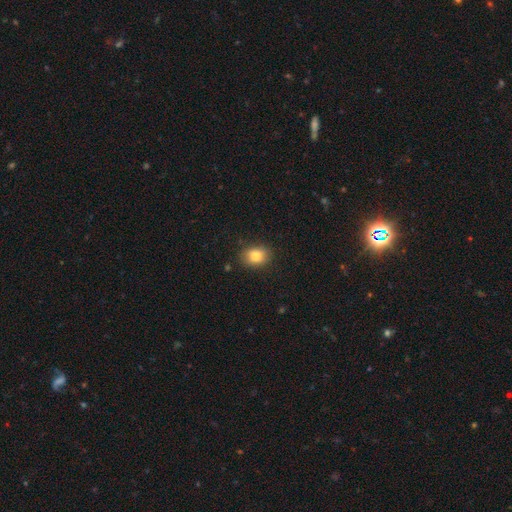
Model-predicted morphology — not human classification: A smooth galaxy with no disk features (83%) that is in between round and cigar-shaped (61%).

Vote fractions:
- Smooth or featured? smooth: 83% / star or artifact: 10% / featured or disk: 8%
- How rounded? in between: 61% / round: 38% / cigar-shaped: 1%
- Merging? none: 84% / minor disturbance: 12% / major disturbance: 3% / merger: 1%